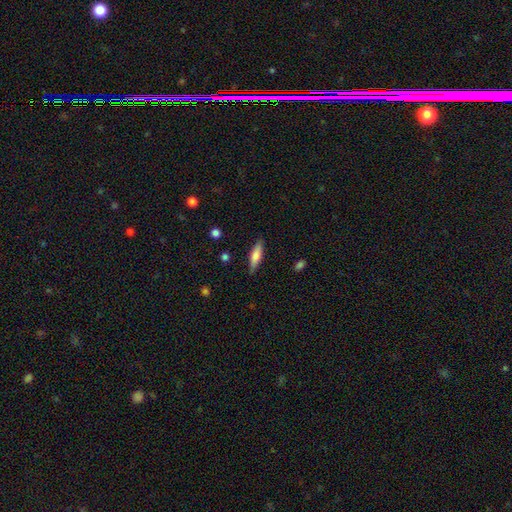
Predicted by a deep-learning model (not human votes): smooth 66%, featured or disk 28%, star or artifact 6%. Down the decision tree: how rounded — cigar-shaped (68%); merging — none (85%).